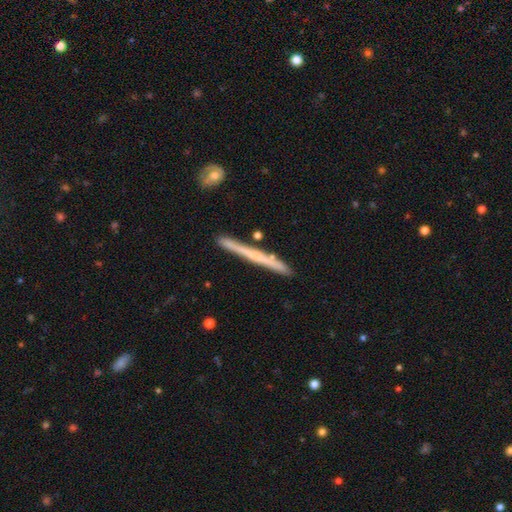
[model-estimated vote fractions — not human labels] Q: Smooth or featured?
A: featured or disk (51%); runner-up: smooth (43%)
Q: Edge-on disk?
A: yes (96%); runner-up: no (4%)
Q: Merging?
A: none (87%); runner-up: minor disturbance (9%)